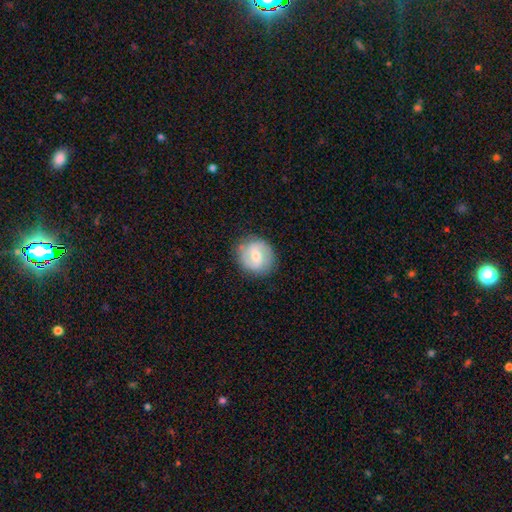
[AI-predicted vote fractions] Smooth or featured: featured or disk — 56% (smooth — 38%)
Edge-on disk: no — 98% (yes — 2%)
Bar: weak — 53% (no — 29%)
Spiral arms: yes — 84% (no — 16%)
Bulge size: small — 48% (moderate — 47%)
Merging: none — 83% (minor disturbance — 12%)